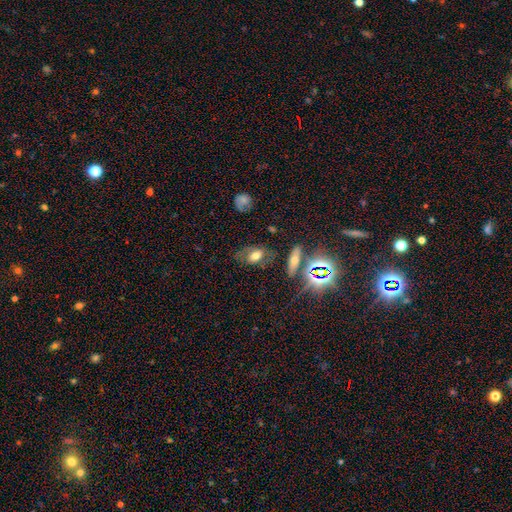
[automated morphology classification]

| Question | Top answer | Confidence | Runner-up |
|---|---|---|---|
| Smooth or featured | smooth | 57% | featured or disk (27%) |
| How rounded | in between | 85% | round (11%) |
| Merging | none | 63% | minor disturbance (22%) |